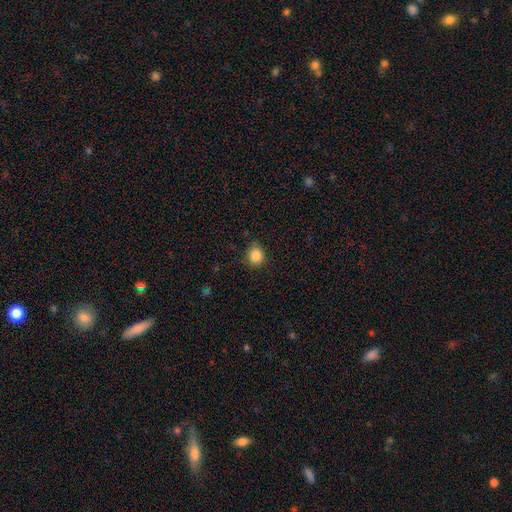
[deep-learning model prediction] Smooth or featured? Predicted: smooth (p=0.86). How rounded? Predicted: round (p=0.81). Merging? Predicted: none (p=0.78).